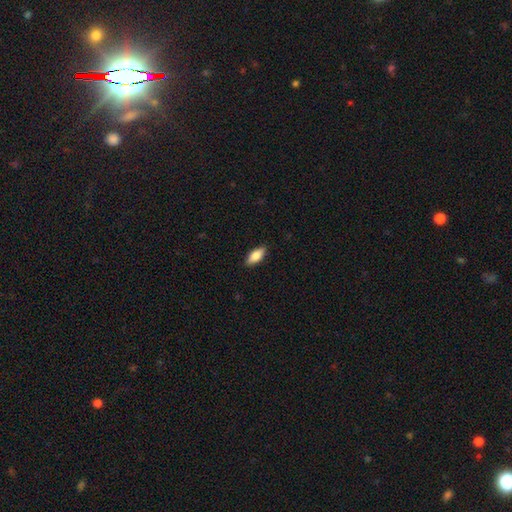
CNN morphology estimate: smooth 78%, featured or disk 16%, star or artifact 6%. Down the decision tree: how rounded — in between (80%); merging — none (88%).